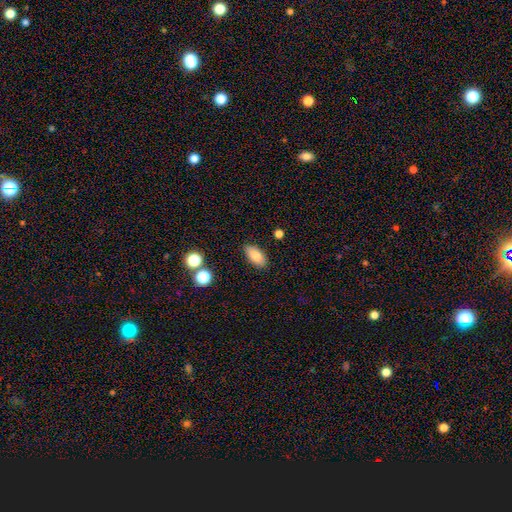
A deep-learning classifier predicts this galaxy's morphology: A smooth galaxy with no disk features (82%) that is in between round and cigar-shaped (90%). Merging: none (84%).